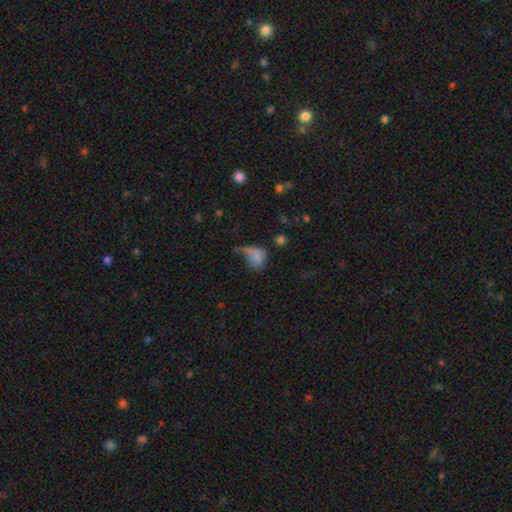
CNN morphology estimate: smooth 69%, featured or disk 18%, star or artifact 13%. Down the decision tree: how rounded — in between (65%); merging — major disturbance (44%).